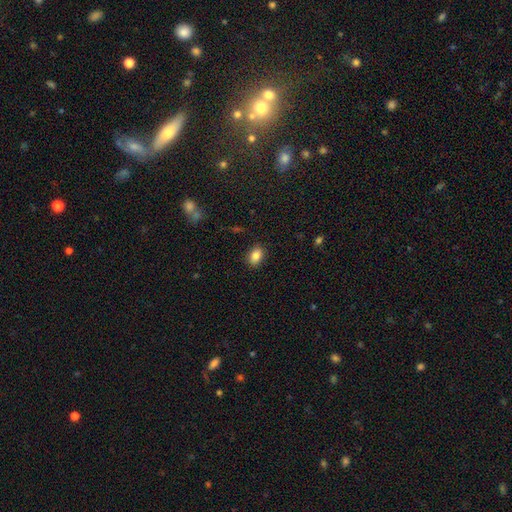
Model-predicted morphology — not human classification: Q: Smooth or featured?
A: smooth (85%); runner-up: star or artifact (9%)
Q: How rounded?
A: in between (82%); runner-up: round (16%)
Q: Merging?
A: none (87%); runner-up: minor disturbance (9%)